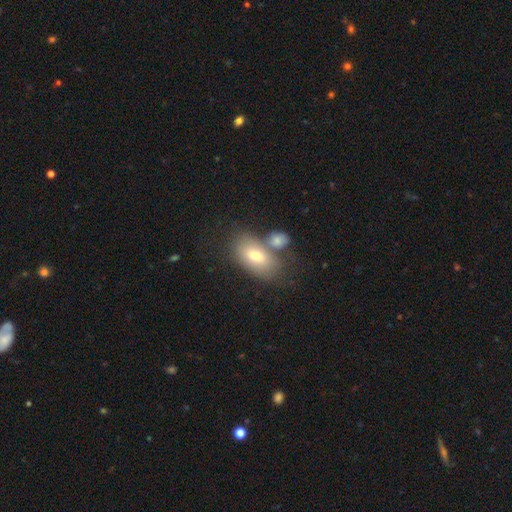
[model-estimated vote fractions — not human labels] Q: Smooth or featured?
A: smooth (69%); runner-up: featured or disk (23%)
Q: How rounded?
A: in between (89%); runner-up: round (8%)
Q: Merging?
A: none (51%); runner-up: merger (30%)